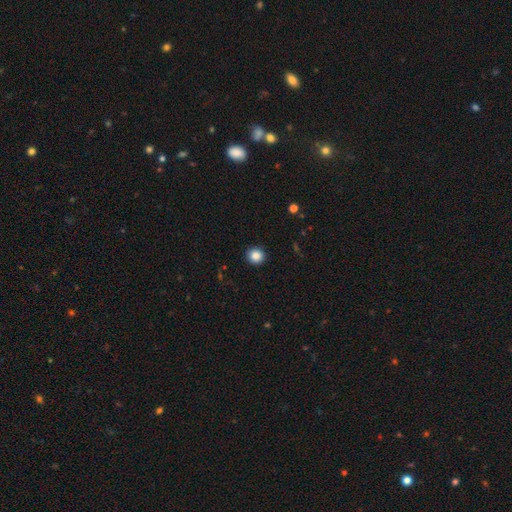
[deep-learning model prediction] The model was most divided on "smooth or featured": smooth: 86%, star or artifact: 10%, featured or disk: 4%. More confident: merging — none (92%); how rounded — round (92%).